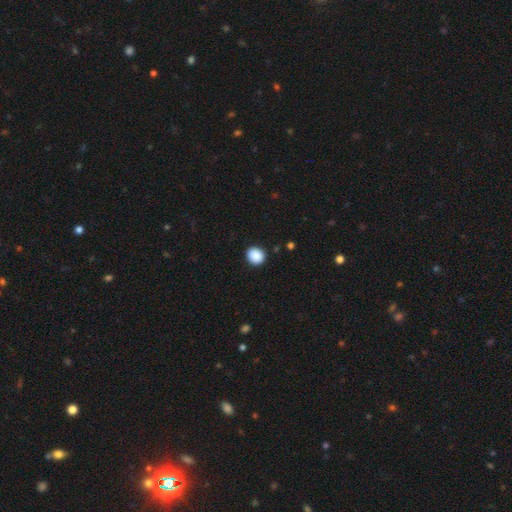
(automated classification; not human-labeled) This is clearly a smooth galaxy (89%). How rounded: likely round (79%). Merging: clearly none (91%).